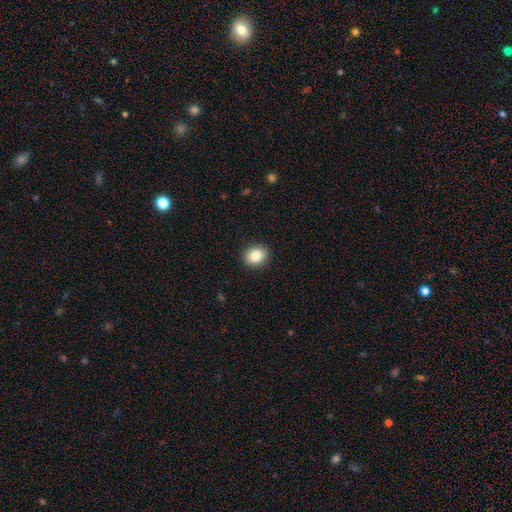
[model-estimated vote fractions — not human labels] A smooth galaxy with no disk features (85%) that is in between round and cigar-shaped (51%). Merging: none (90%).